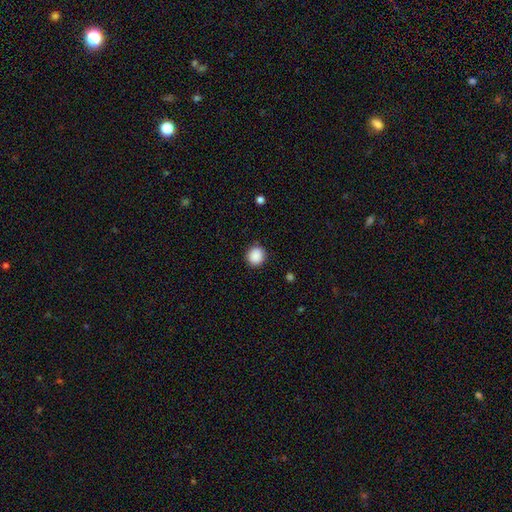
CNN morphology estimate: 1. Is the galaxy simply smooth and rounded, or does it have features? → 89% smooth, 9% star or artifact, 3% featured or disk.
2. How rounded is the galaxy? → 87% round, 12% in between, 1% cigar-shaped.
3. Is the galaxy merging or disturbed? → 89% none, 8% minor disturbance, 2% major disturbance, 1% merger.